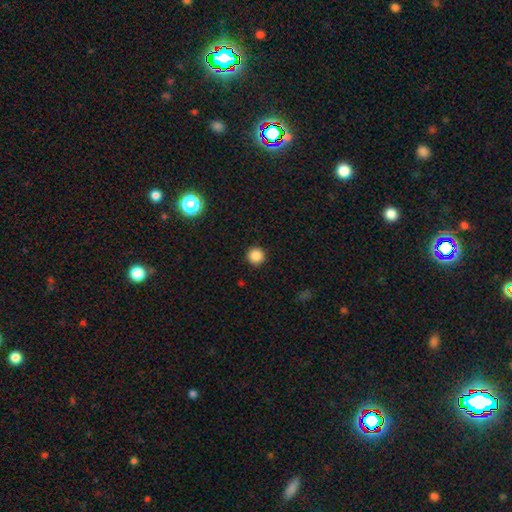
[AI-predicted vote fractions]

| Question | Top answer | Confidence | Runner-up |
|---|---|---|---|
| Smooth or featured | smooth | 86% | star or artifact (11%) |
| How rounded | round | 96% | in between (3%) |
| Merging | none | 92% | minor disturbance (5%) |